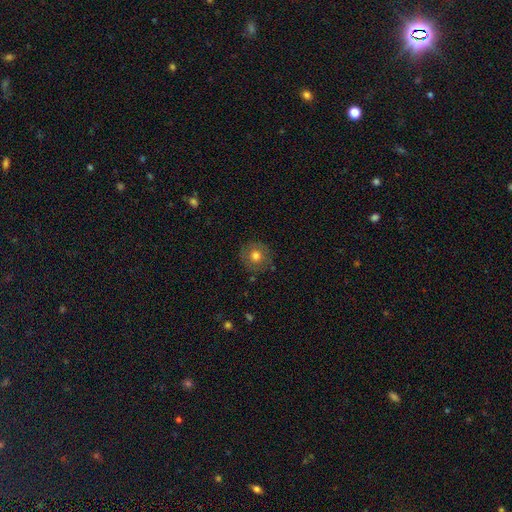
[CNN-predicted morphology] smooth_or_featured: smooth (p=0.69) [alt: featured or disk p=0.21]
how_rounded: round (p=0.93) [alt: in between p=0.06]
merging: none (p=0.86) [alt: minor disturbance p=0.10]